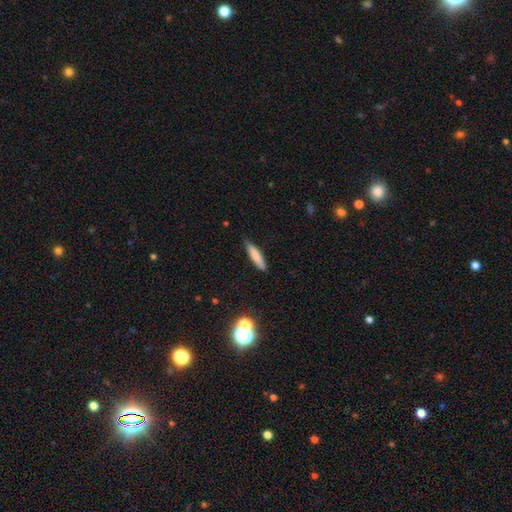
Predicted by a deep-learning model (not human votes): Smooth or featured: smooth — 77% (featured or disk — 16%)
How rounded: cigar-shaped — 81% (in between — 17%)
Merging: none — 80% (minor disturbance — 16%)